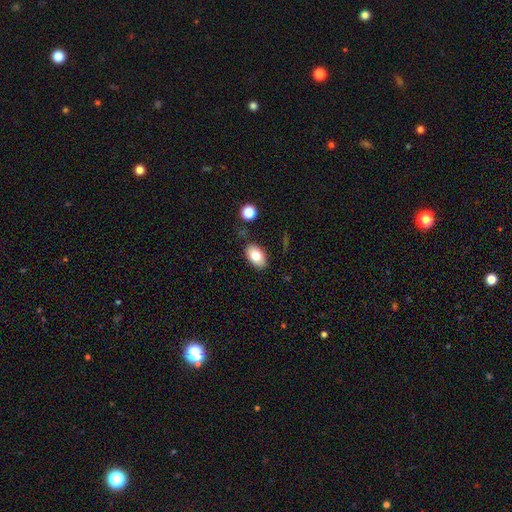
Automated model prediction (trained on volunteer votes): Smooth or featured? Predicted: smooth (p=0.80). How rounded? Predicted: in between (p=0.91). Merging? Predicted: none (p=0.82).